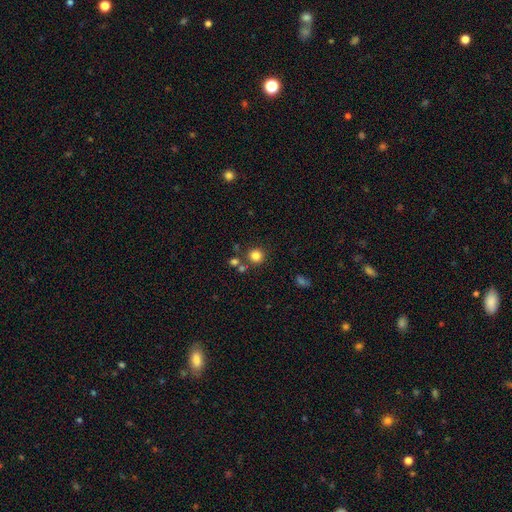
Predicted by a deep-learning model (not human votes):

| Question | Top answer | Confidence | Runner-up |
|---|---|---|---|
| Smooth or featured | smooth | 82% | star or artifact (13%) |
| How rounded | round | 92% | in between (7%) |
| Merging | none | 79% | merger (11%) |